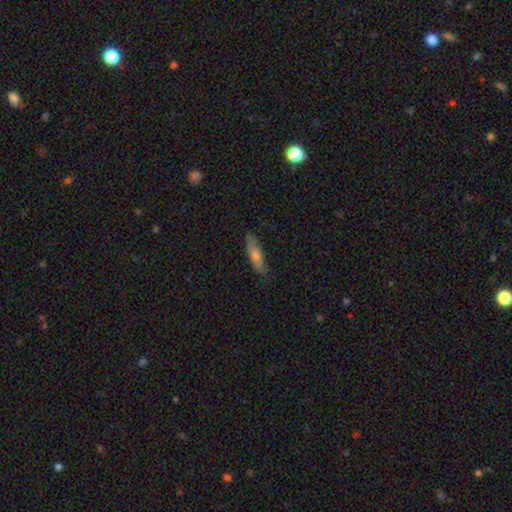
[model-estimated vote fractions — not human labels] This is likely a smooth galaxy (63%). How rounded: likely cigar-shaped (74%). Merging: clearly none (84%).